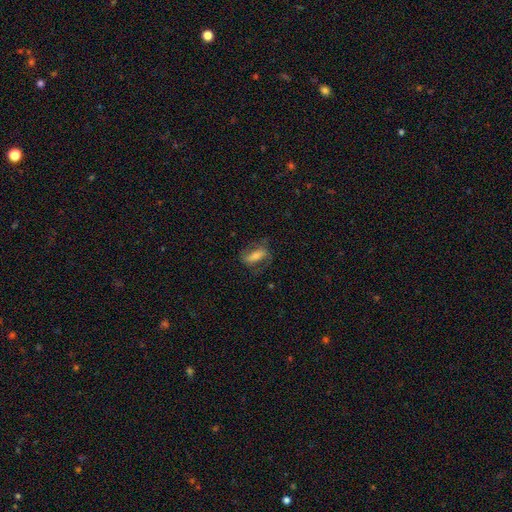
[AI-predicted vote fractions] This appears to be a featured or disk galaxy (54%). Merging: none (66%).